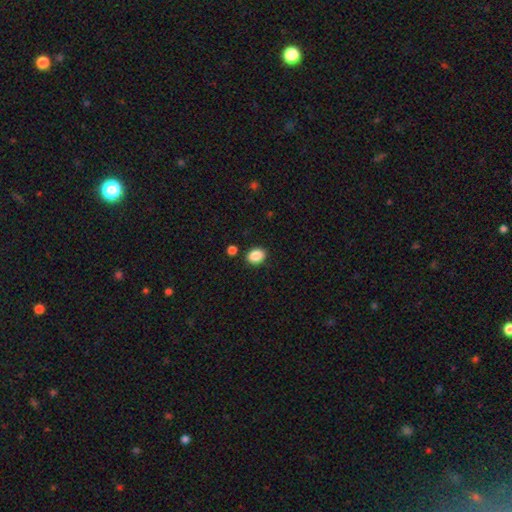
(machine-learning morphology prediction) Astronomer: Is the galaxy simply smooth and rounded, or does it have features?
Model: smooth — 88%.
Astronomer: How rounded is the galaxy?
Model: in between — 58% (runner-up: round, 41%).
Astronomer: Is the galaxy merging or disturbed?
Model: none — 86%.